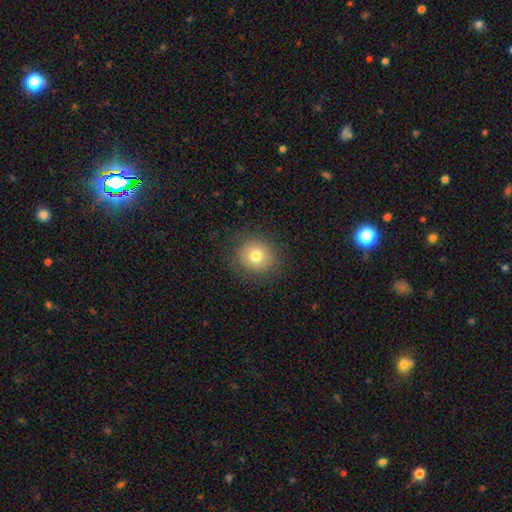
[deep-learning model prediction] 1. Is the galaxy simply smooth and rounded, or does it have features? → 76% smooth, 13% featured or disk, 12% star or artifact.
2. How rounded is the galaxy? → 84% round, 16% in between, 1% cigar-shaped.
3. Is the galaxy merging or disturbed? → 84% none, 10% minor disturbance, 4% major disturbance, 1% merger.